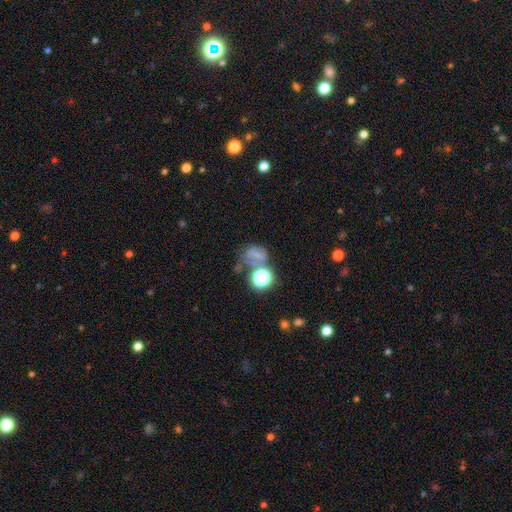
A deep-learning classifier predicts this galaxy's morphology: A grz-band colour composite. It shows a smooth galaxy with no disk features (45%). Merging: none (37%).